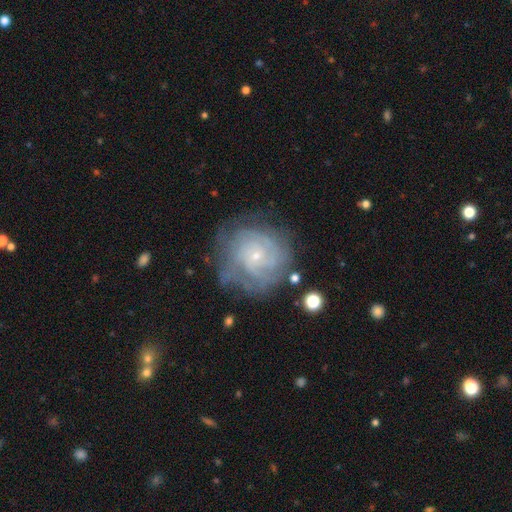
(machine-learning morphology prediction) Smooth or featured? featured or disk (78%)
Edge-on disk? no (98%)
Bar? no (79%)
Spiral arms? yes (91%)
Spiral winding? tight (72%)
Spiral arm count? can't tell (43%)
Bulge size? small (86%)
Merging? none (69%)